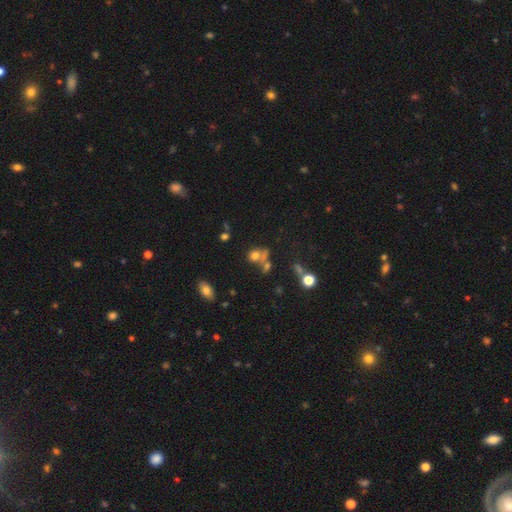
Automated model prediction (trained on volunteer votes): A smooth galaxy with no disk features (68%) that is round (58%). Merging: merger (40%).